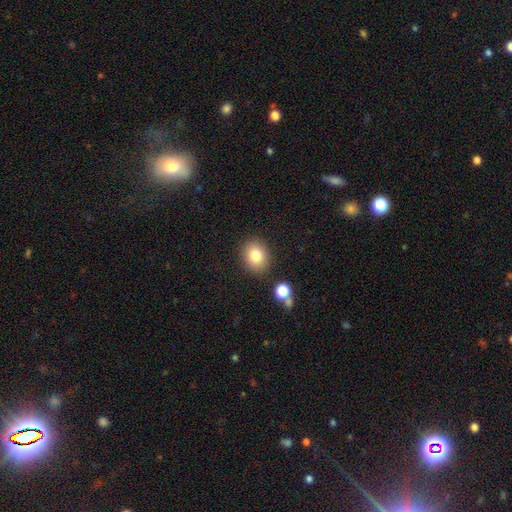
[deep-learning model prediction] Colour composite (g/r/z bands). It shows a smooth galaxy with no disk features (80%) that is round (65%). Merging: none (85%).